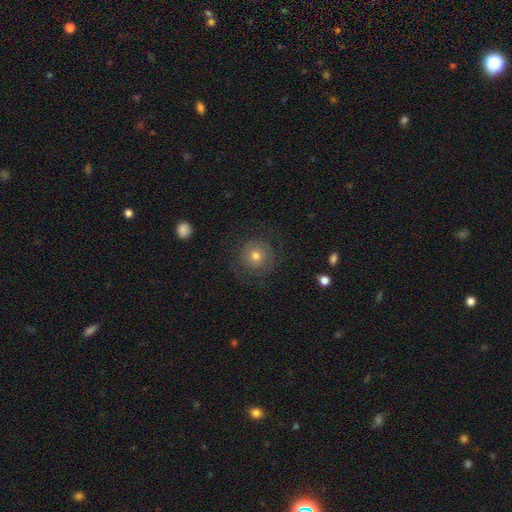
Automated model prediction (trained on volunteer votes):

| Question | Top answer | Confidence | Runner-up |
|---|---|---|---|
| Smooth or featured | smooth | 49% | featured or disk (39%) |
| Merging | none | 77% | minor disturbance (12%) |